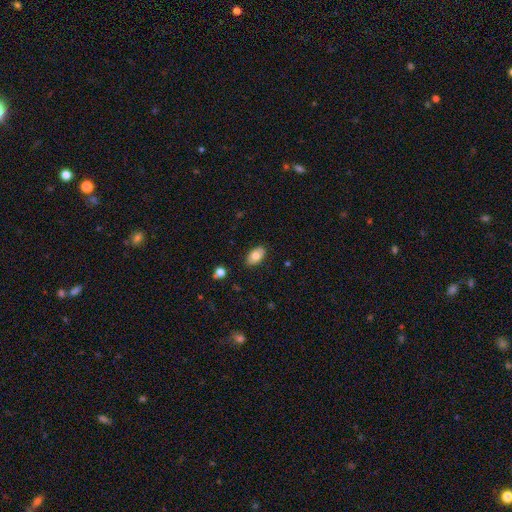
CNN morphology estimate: type=smooth (76%); roundness=in between (93%); merging=none (86%).